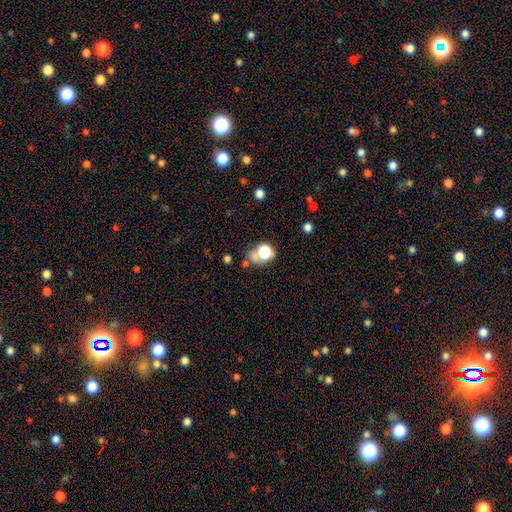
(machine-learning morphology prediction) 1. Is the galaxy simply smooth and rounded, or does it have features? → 62% smooth, 28% star or artifact, 10% featured or disk.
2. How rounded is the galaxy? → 73% round, 26% in between, 1% cigar-shaped.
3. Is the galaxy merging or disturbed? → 55% none, 23% merger, 13% minor disturbance, 9% major disturbance.